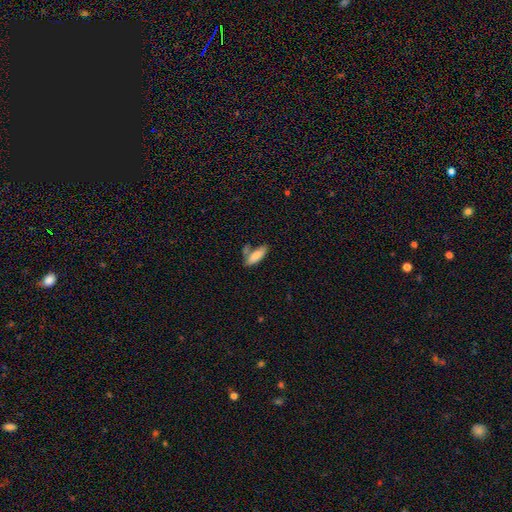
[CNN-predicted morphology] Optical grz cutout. It shows a smooth galaxy with no disk features (80%) that is in between round and cigar-shaped (63%). Merging: none (59%).